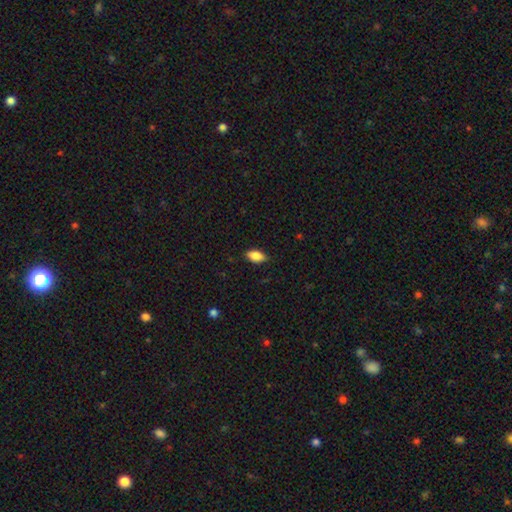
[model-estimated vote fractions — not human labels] This appears to be a smooth galaxy with no disk features (85%) that is in between round and cigar-shaped (91%). Merging: none (83%).